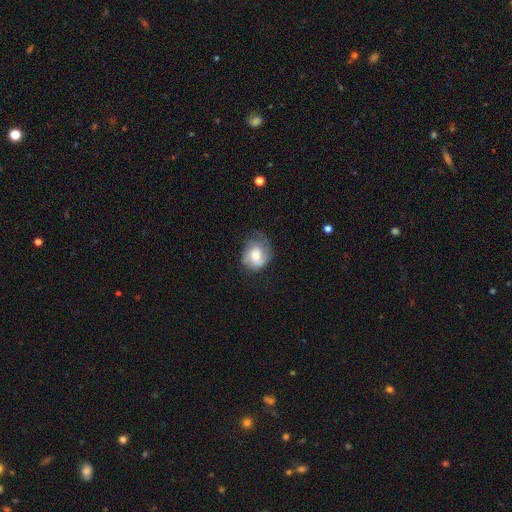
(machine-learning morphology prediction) A featured or disk galaxy (47%). Merging: none (52%).